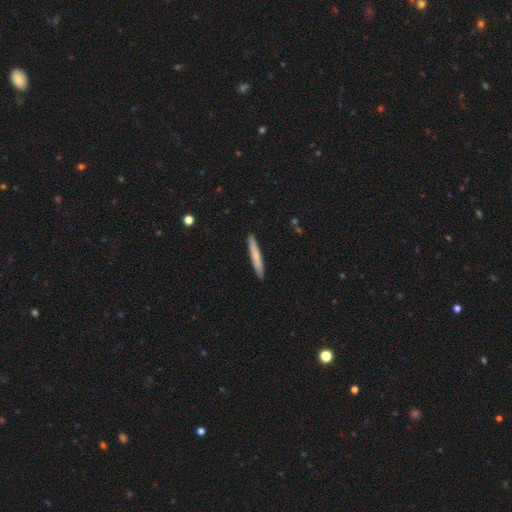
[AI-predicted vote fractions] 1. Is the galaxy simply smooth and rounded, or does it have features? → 73% smooth, 22% featured or disk, 5% star or artifact.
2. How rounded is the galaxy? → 96% cigar-shaped, 3% in between, 1% round.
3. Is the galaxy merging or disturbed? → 91% none, 6% minor disturbance, 1% major disturbance, 1% merger.